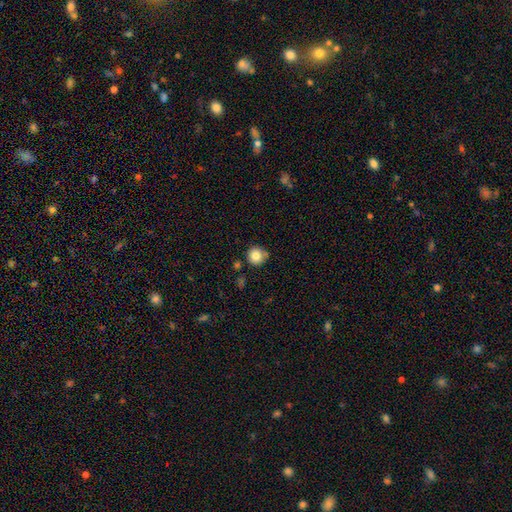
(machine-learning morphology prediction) A smooth galaxy with no disk features (83%) that is round (94%).

Vote fractions:
- Smooth or featured? smooth: 83% / star or artifact: 10% / featured or disk: 7%
- How rounded? round: 94% / in between: 5% / cigar-shaped: 1%
- Merging? none: 79% / minor disturbance: 12% / merger: 6% / major disturbance: 3%